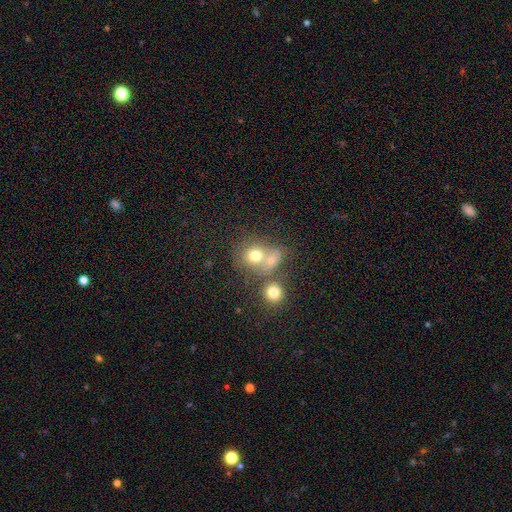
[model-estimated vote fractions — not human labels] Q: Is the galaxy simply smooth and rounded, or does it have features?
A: smooth — 71%.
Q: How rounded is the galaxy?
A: round — 77%.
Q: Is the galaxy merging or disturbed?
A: merger — 45%.